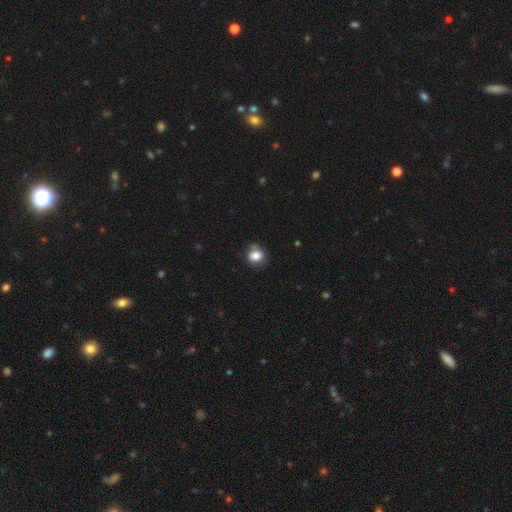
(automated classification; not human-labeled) Smooth or featured? smooth (82%)
How rounded? round (68%)
Merging? none (71%)